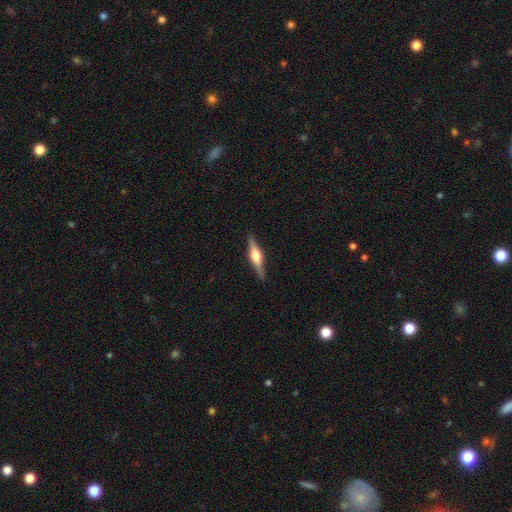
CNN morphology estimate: The model was most divided on "smooth or featured": featured or disk: 73%, smooth: 22%, star or artifact: 5%. More confident: edge-on disk — yes (98%); merging — none (89%); edge-on bulge — rounded (89%).